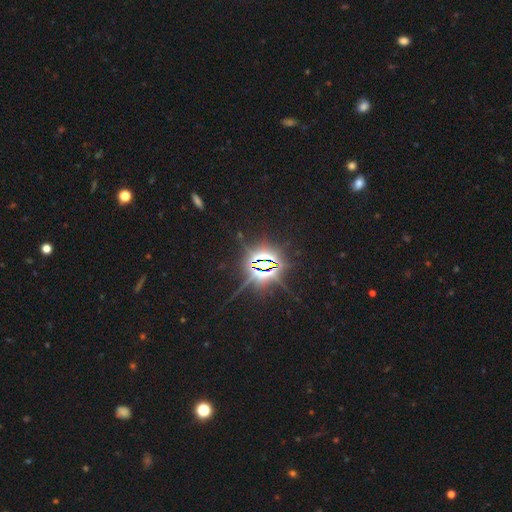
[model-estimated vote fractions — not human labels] A star or artifact, not a galaxy (85%).